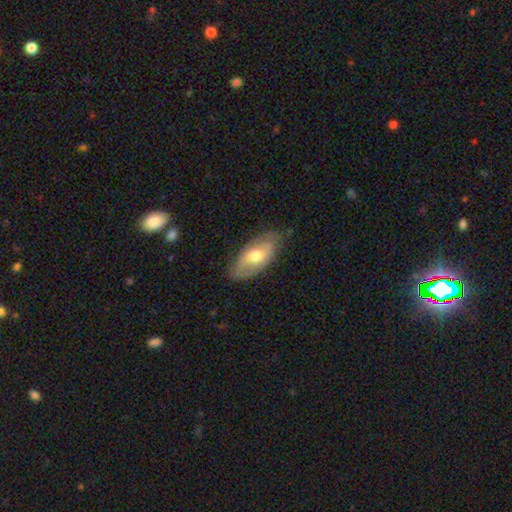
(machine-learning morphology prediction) A smooth galaxy with no disk features (50%).

Vote fractions:
- Smooth or featured? smooth: 50% / featured or disk: 44% / star or artifact: 6%
- Merging? none: 74% / minor disturbance: 20% / major disturbance: 5% / merger: 1%